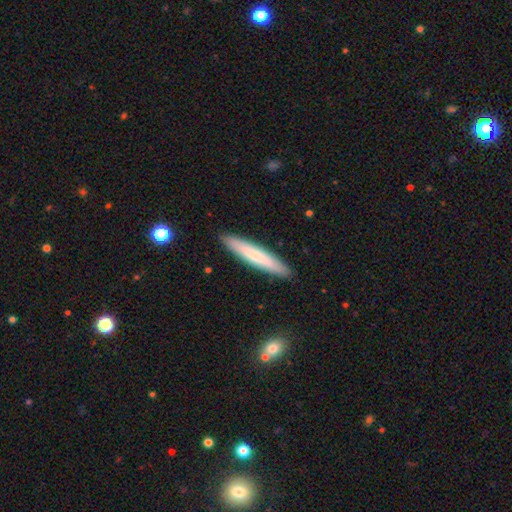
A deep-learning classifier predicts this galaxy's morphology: A smooth galaxy with no disk features (68%) that is cigar-shaped (92%). Merging: none (91%).